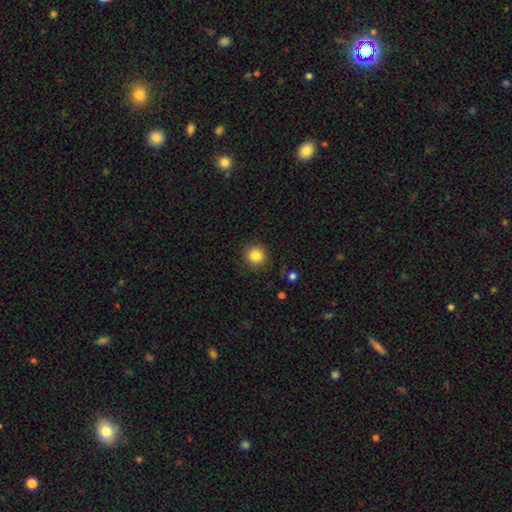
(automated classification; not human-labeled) This appears to be a smooth galaxy with no disk features (85%) that is round (94%). Merging: none (90%).